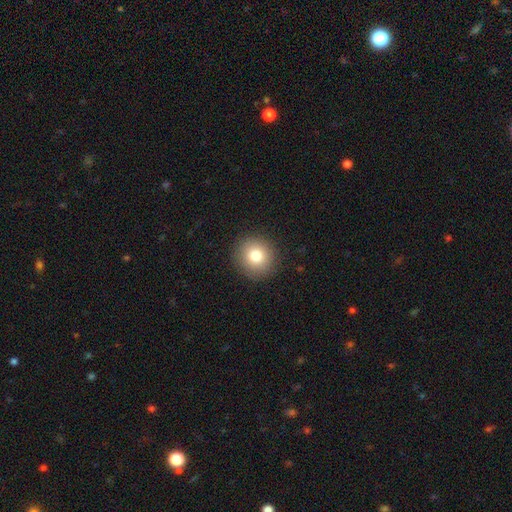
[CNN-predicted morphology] Q: Smooth or featured?
A: smooth (80%); runner-up: star or artifact (11%)
Q: How rounded?
A: round (92%); runner-up: in between (7%)
Q: Merging?
A: none (91%); runner-up: minor disturbance (6%)